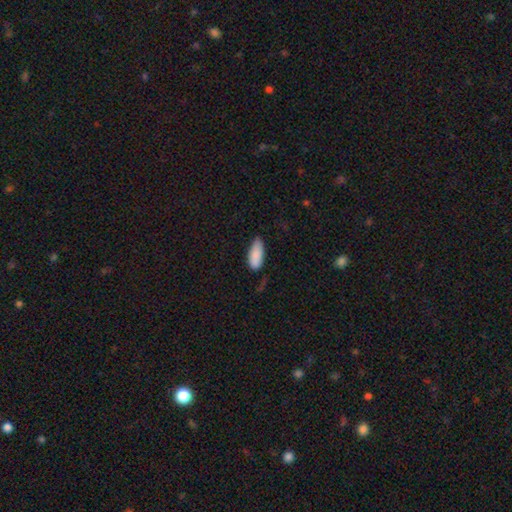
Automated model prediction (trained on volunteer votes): Overall: smooth (88%). How rounded: in between (84%). Merging: none (68%).